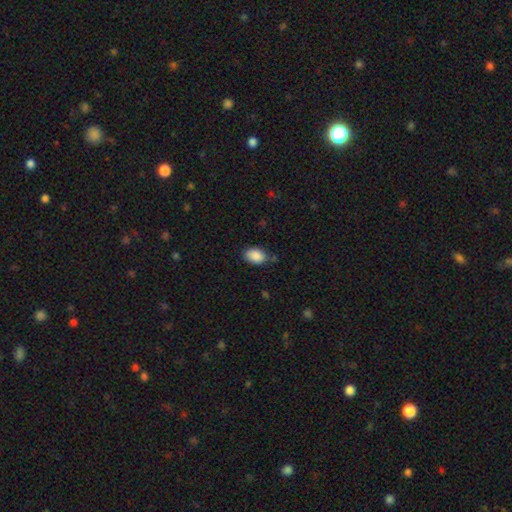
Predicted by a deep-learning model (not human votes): Smooth or featured? Predicted: smooth (p=0.89). How rounded? Predicted: in between (p=0.87). Merging? Predicted: none (p=0.71).